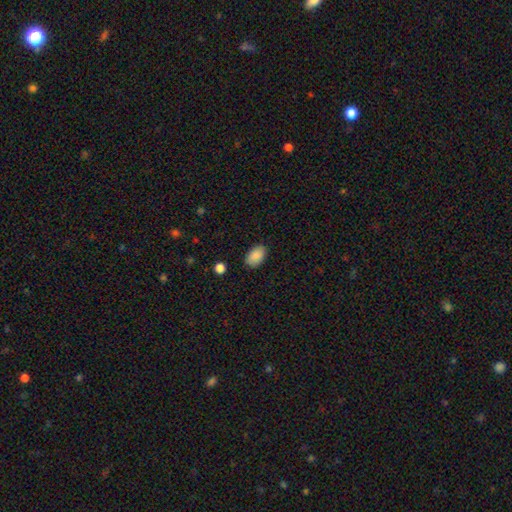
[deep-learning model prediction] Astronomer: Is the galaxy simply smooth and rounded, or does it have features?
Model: smooth — 88%.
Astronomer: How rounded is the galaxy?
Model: in between — 91%.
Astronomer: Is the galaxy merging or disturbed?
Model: none — 84%.